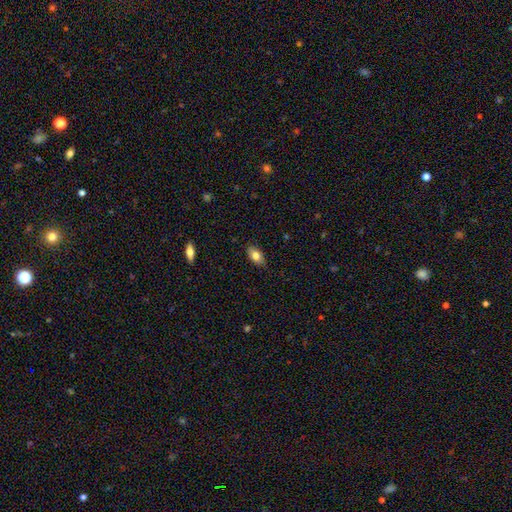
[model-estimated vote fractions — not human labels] A smooth galaxy with no disk features (78%) that is in between round and cigar-shaped (89%). Merging: none (84%).